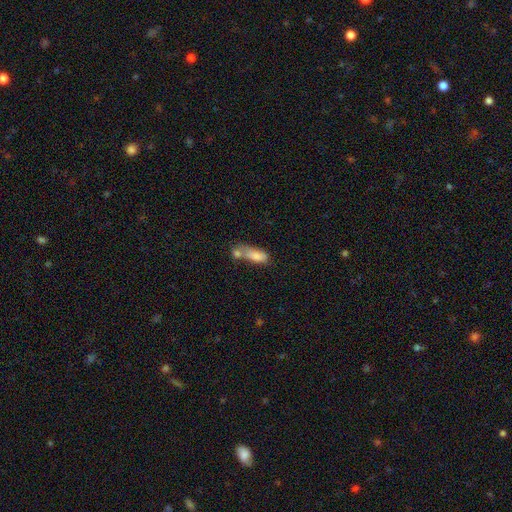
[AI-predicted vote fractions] The model was most divided on "merging": merger: 50%, none: 25%, minor disturbance: 15%, major disturbance: 10%. More confident: smooth or featured — smooth (77%); how rounded — in between (64%).